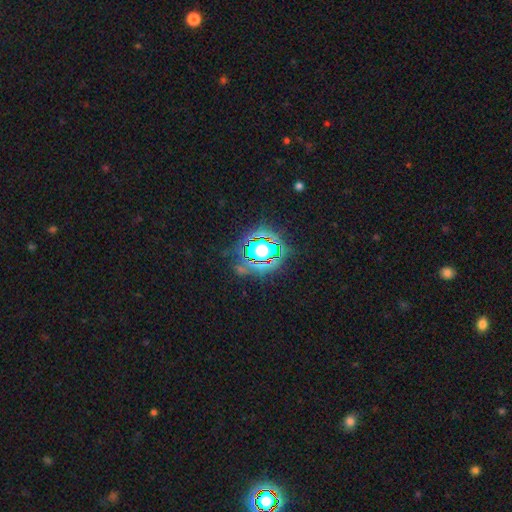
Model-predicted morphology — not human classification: Smooth or featured?
  - star or artifact: 83% *
  - smooth: 10%
  - featured or disk: 7%